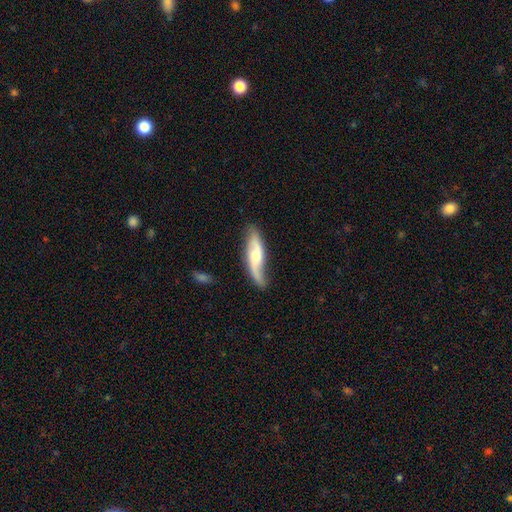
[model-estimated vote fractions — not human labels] The model was most divided on "smooth or featured": featured or disk: 64%, smooth: 30%, star or artifact: 5%. More confident: edge-on disk — no (74%); merging — none (71%).